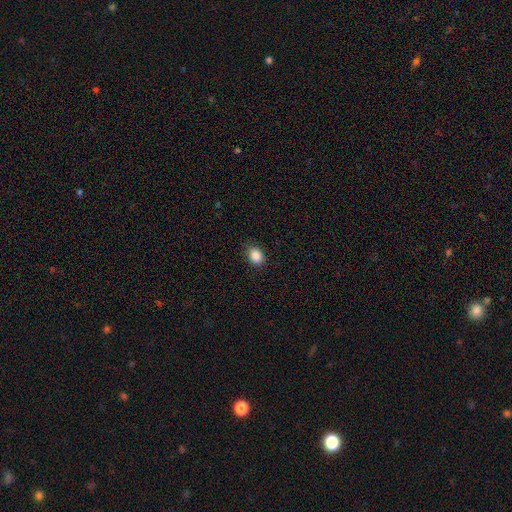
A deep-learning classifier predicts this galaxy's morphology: A smooth galaxy with no disk features (88%) that is in between round and cigar-shaped (63%). Merging: none (85%).